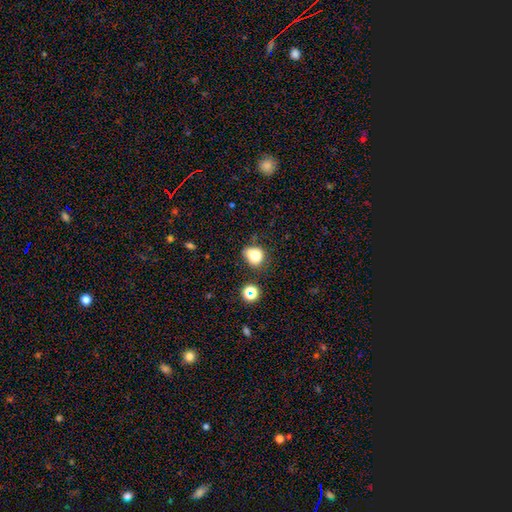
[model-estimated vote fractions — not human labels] Q: Smooth or featured?
A: smooth (80%); runner-up: star or artifact (13%)
Q: How rounded?
A: round (61%); runner-up: in between (38%)
Q: Merging?
A: none (62%); runner-up: minor disturbance (25%)